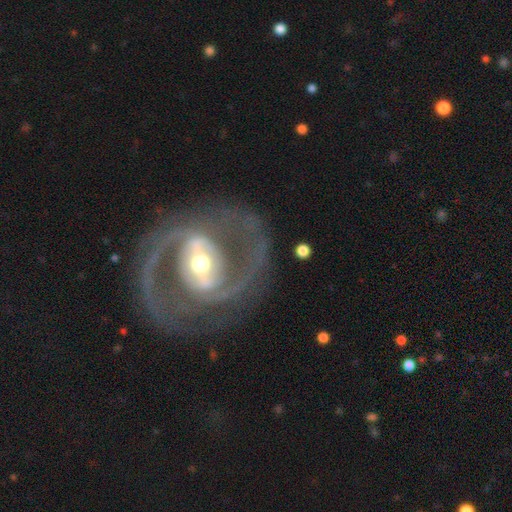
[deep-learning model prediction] This appears to be a featured or disk galaxy (89%) with a strong bar (44%), 2 (91%) medium (56%) spiral arms (94%) and a moderate central bulge (52%). Merging: none (79%).